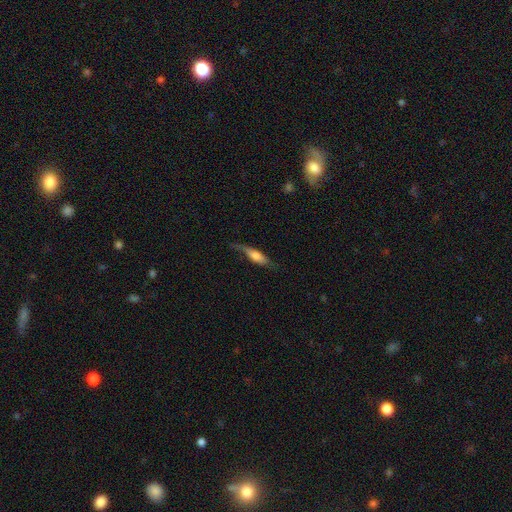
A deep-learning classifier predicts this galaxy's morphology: type=smooth (54%); roundness=cigar-shaped (53%); merging=none (50%).